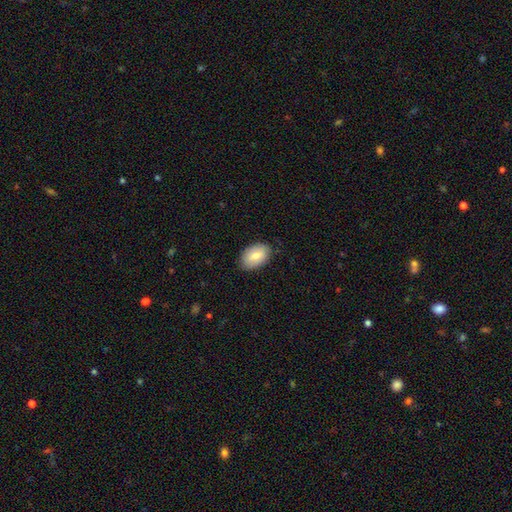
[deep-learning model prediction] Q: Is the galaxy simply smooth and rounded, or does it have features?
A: smooth — 79%.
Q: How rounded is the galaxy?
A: in between — 91%.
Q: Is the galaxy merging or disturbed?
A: none — 84%.